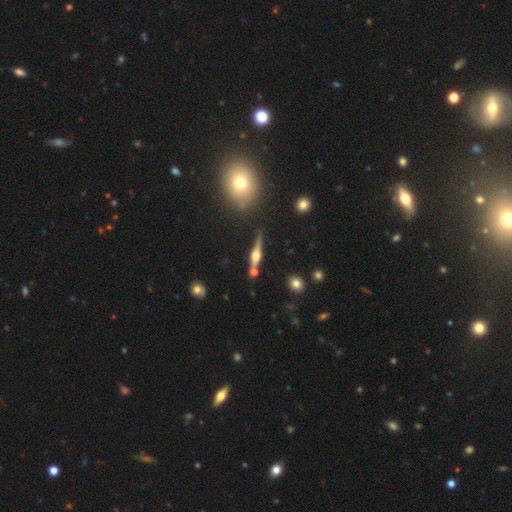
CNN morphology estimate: This is likely a featured or disk galaxy (70%). It is clearly viewed edge-on (95%). Edge-on bulge: clearly rounded (89%). Merging: likely none (70%).